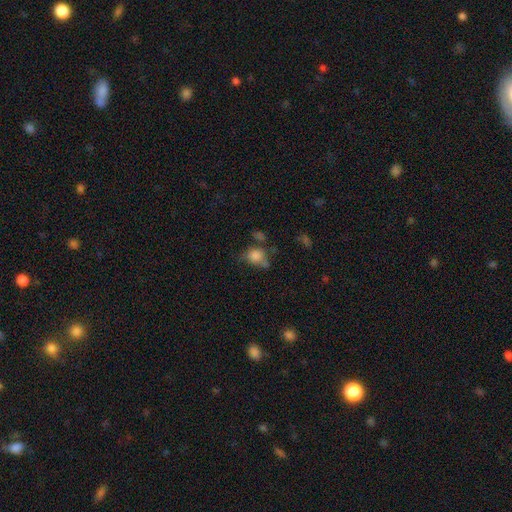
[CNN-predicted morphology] Smooth or featured: smooth — 79% (star or artifact — 11%)
How rounded: round — 60% (in between — 38%)
Merging: none — 44% (minor disturbance — 24%)